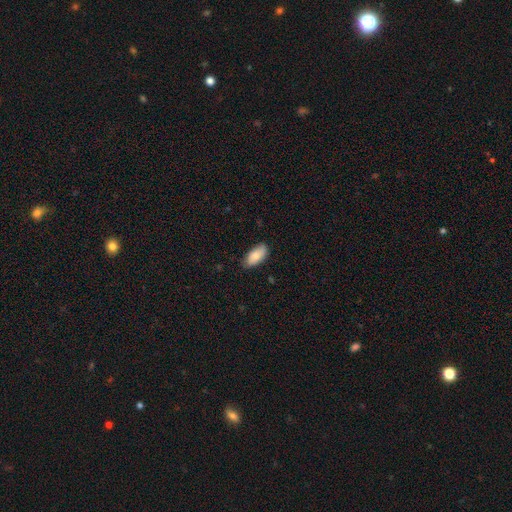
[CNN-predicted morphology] Overall: smooth (81%). How rounded: in between (92%). Merging: none (80%).